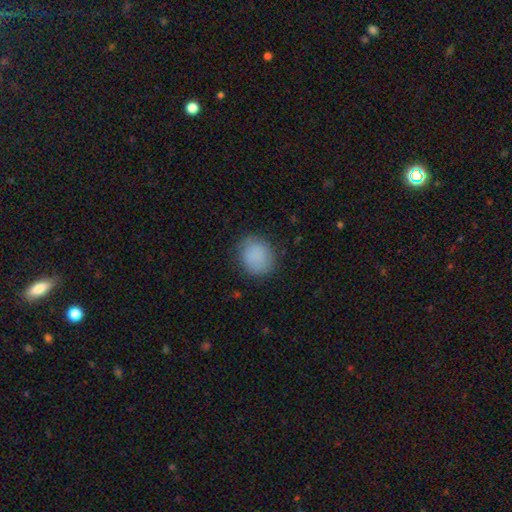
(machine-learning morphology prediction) Smooth or featured: smooth — 86% (star or artifact — 8%)
How rounded: round — 75% (in between — 24%)
Merging: none — 80% (minor disturbance — 15%)